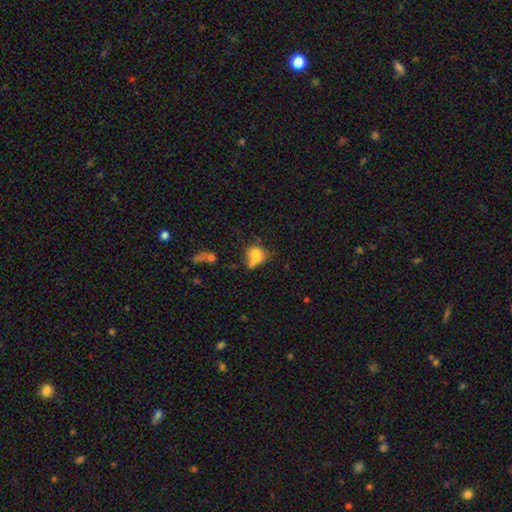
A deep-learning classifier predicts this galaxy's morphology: A smooth galaxy with no disk features (64%) that is in between round and cigar-shaped (53%).

Vote fractions:
- Smooth or featured? smooth: 64% / featured or disk: 24% / star or artifact: 13%
- How rounded? in between: 53% / round: 45% / cigar-shaped: 2%
- Merging? merger: 48% / none: 26% / minor disturbance: 14% / major disturbance: 12%